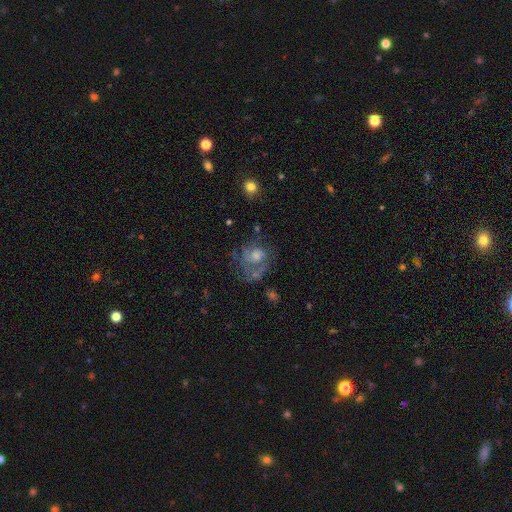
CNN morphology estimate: This appears to be a featured or disk galaxy (64%) with no bar (76%), spiral arms (69%) and a moderate central bulge (51%). Merging: none (49%).